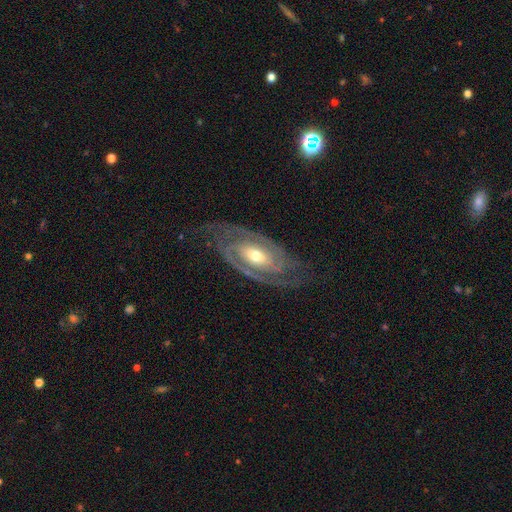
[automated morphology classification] Smooth or featured: featured or disk — 91% (star or artifact — 5%)
Edge-on disk: no — 95% (yes — 5%)
Bar: no — 41% (weak — 35%)
Spiral arms: yes — 97% (no — 3%)
Spiral winding: tight — 61% (medium — 33%)
Spiral arm count: 2 — 83% (can't tell — 6%)
Bulge size: moderate — 66% (small — 28%)
Merging: none — 80% (minor disturbance — 13%)